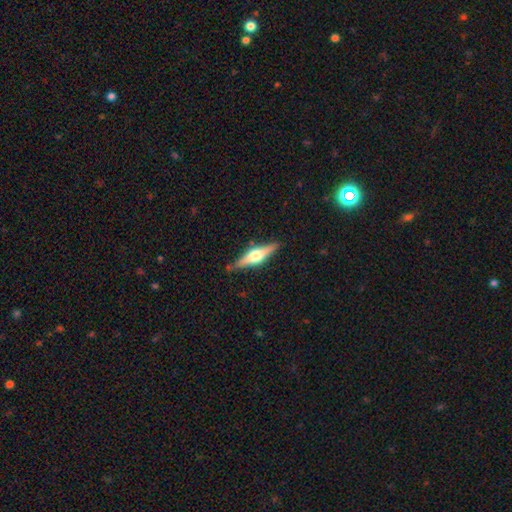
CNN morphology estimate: This is likely a featured or disk galaxy (68%). It is clearly viewed edge-on (96%). Edge-on bulge: clearly rounded (92%). Merging: clearly none (85%).